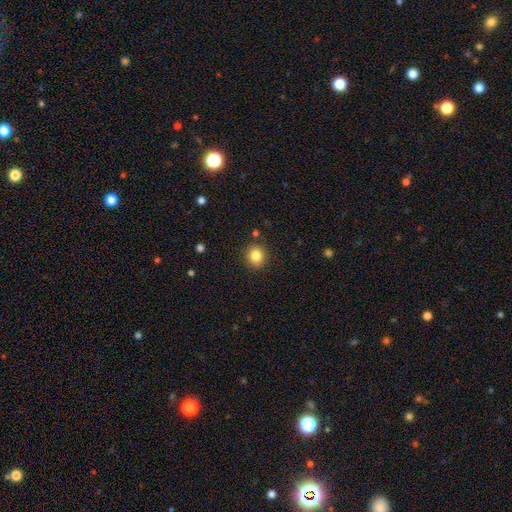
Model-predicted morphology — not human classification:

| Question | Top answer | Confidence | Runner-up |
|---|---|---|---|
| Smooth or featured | smooth | 83% | star or artifact (11%) |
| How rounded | round | 82% | in between (17%) |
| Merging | none | 87% | minor disturbance (8%) |